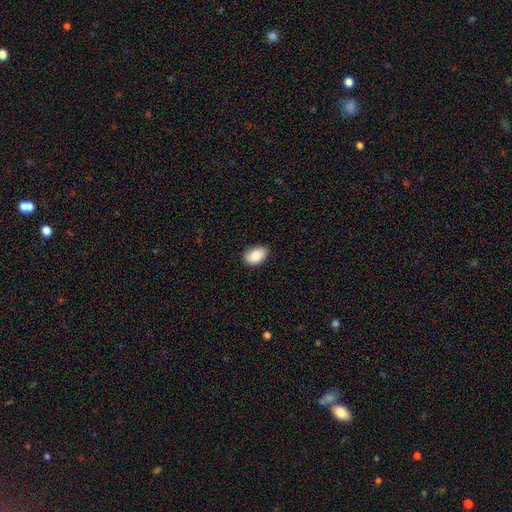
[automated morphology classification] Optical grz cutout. It shows a smooth galaxy with no disk features (87%) that is in between round and cigar-shaped (88%). Merging: none (75%).